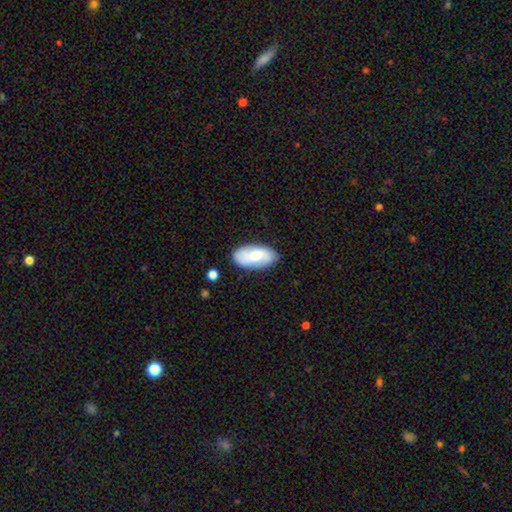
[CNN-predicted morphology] Smooth or featured?
  - smooth: 53% *
  - featured or disk: 41%
  - star or artifact: 6%
How rounded?
  - in between: 94% *
  - round: 3%
  - cigar-shaped: 3%
Merging?
  - none: 78% *
  - minor disturbance: 16%
  - major disturbance: 4%
  - merger: 2%